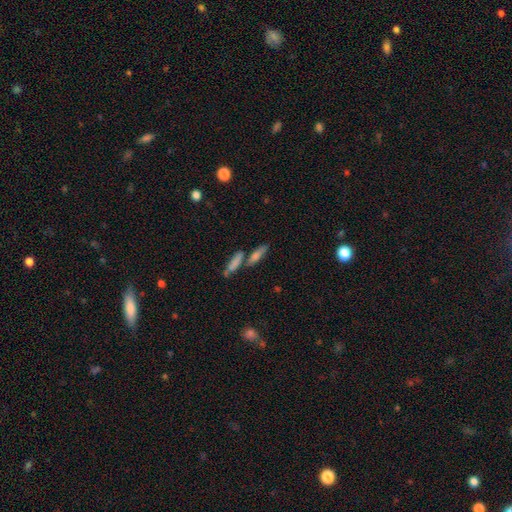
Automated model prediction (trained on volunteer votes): smooth-or-featured: smooth: 47% | featured or disk: 37% | star or artifact: 16%
  merging: none: 66% | merger: 19% | minor disturbance: 10% | major disturbance: 5%